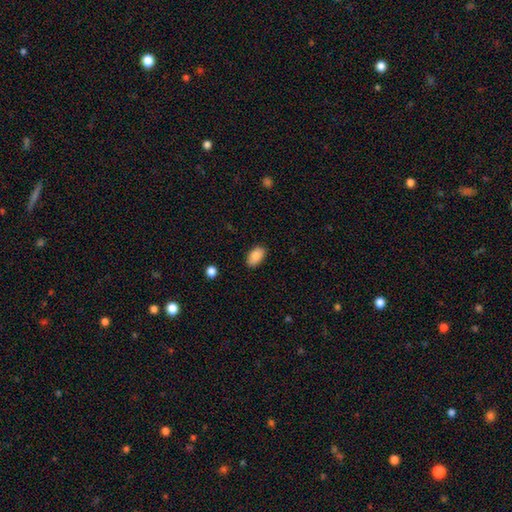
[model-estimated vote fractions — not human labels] A smooth galaxy with no disk features (85%) that is in between round and cigar-shaped (92%).

Vote fractions:
- Smooth or featured? smooth: 85% / featured or disk: 8% / star or artifact: 7%
- How rounded? in between: 92% / round: 6% / cigar-shaped: 1%
- Merging? none: 86% / minor disturbance: 10% / major disturbance: 2% / merger: 1%